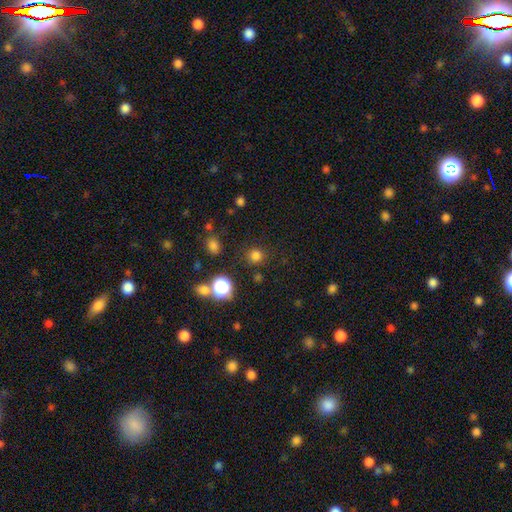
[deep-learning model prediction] Smooth or featured?
  - smooth: 74% *
  - star or artifact: 21%
  - featured or disk: 5%
How rounded?
  - round: 91% *
  - in between: 8%
  - cigar-shaped: 1%
Merging?
  - none: 84% *
  - minor disturbance: 9%
  - merger: 4%
  - major disturbance: 4%